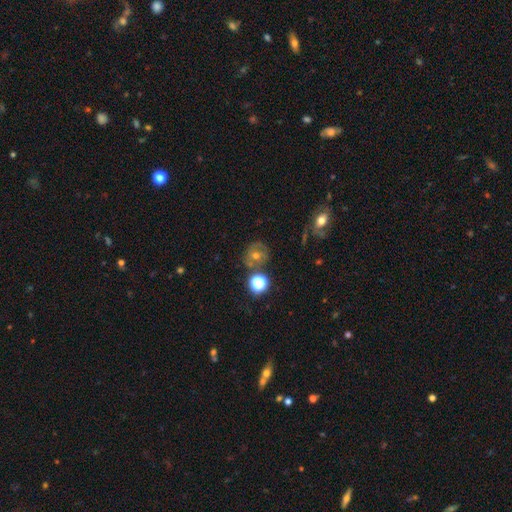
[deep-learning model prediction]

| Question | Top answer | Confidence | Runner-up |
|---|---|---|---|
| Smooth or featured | smooth | 40% | featured or disk (35%) |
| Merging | none | 70% | minor disturbance (14%) |